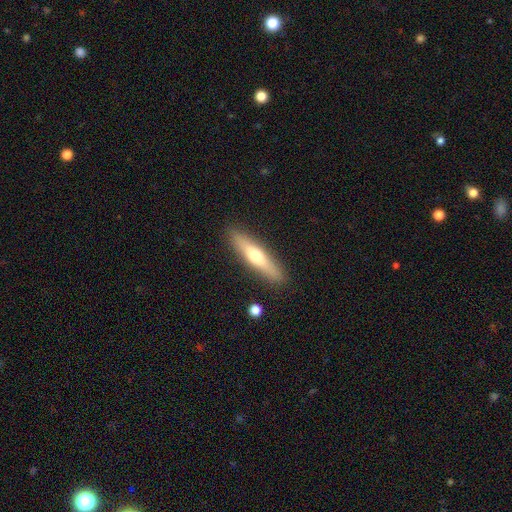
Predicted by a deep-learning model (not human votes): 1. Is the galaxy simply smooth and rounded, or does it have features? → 50% smooth, 44% featured or disk, 6% star or artifact.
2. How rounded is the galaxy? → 84% cigar-shaped, 14% in between, 2% round.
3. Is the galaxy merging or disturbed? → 89% none, 8% minor disturbance, 2% major disturbance, 2% merger.